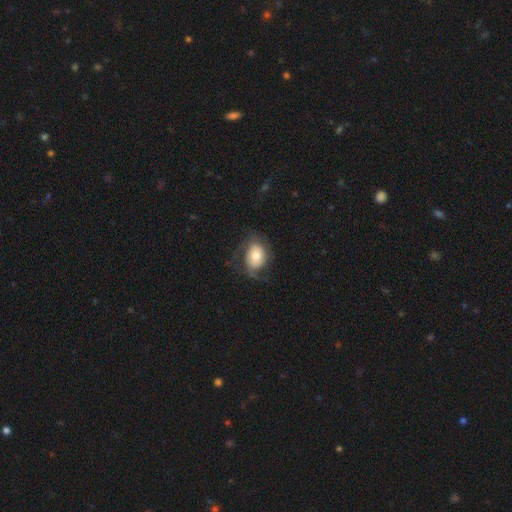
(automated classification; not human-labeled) A smooth galaxy with no disk features (48%).

Vote fractions:
- Smooth or featured? smooth: 48% / featured or disk: 44% / star or artifact: 8%
- Merging? none: 53% / minor disturbance: 24% / major disturbance: 22% / merger: 1%